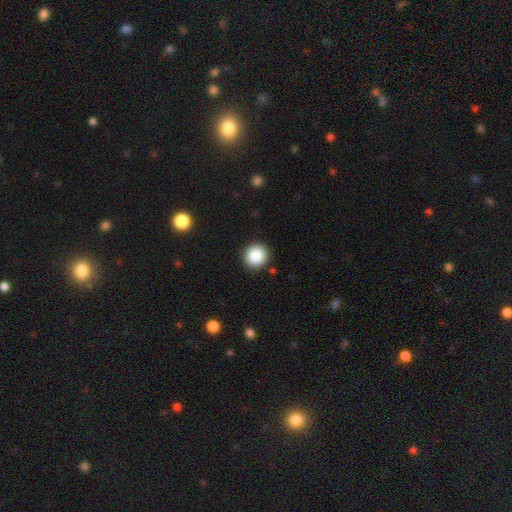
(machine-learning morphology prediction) This appears to be a smooth galaxy with no disk features (87%) that is round (91%). Merging: none (91%).